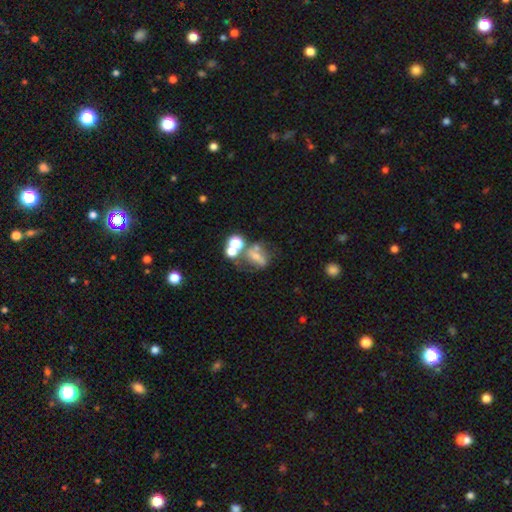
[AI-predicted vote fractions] Overall: smooth (41%; featured or disk 38%). Merging: merger (36%; none 34%).